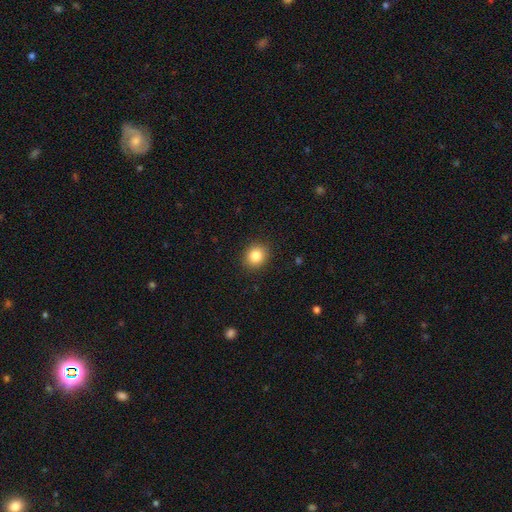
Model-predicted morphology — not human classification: The model was most divided on "how rounded": round: 80%, in between: 20%, cigar-shaped: 1%. More confident: merging — none (90%); smooth or featured — smooth (85%).